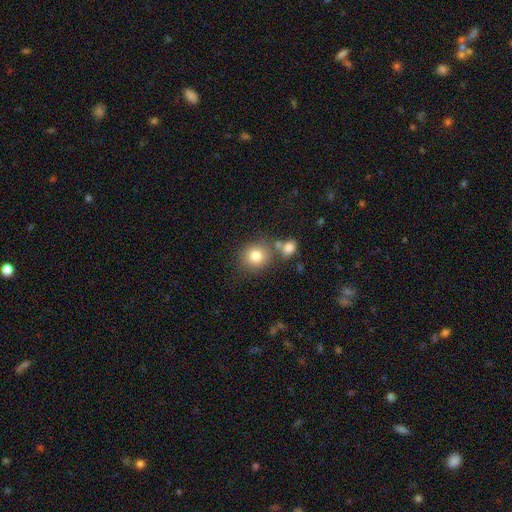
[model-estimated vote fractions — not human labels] A smooth galaxy with no disk features (81%) that is round (84%). Merging: none (66%).